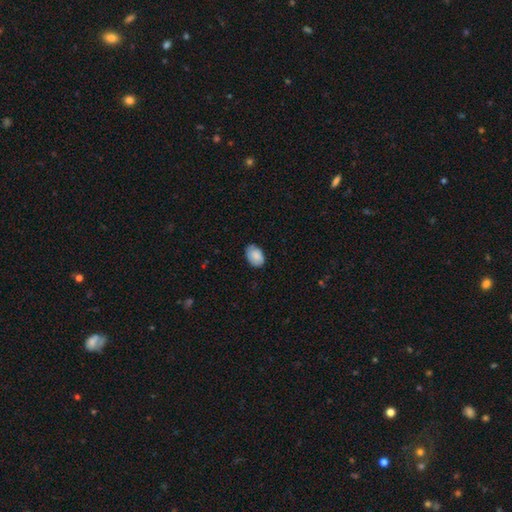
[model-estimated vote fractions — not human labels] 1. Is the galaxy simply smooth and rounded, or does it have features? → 80% smooth, 13% featured or disk, 7% star or artifact.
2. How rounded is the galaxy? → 84% in between, 15% round, 1% cigar-shaped.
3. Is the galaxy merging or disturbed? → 75% none, 21% minor disturbance, 3% major disturbance, 1% merger.